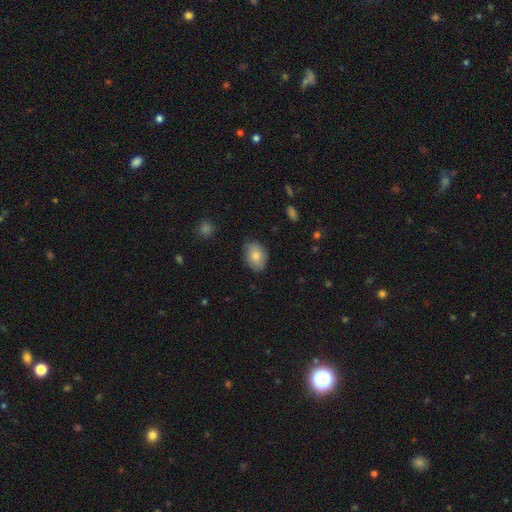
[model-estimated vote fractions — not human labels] Smooth or featured: smooth — 80% (featured or disk — 13%)
How rounded: in between — 78% (round — 21%)
Merging: none — 83% (minor disturbance — 14%)